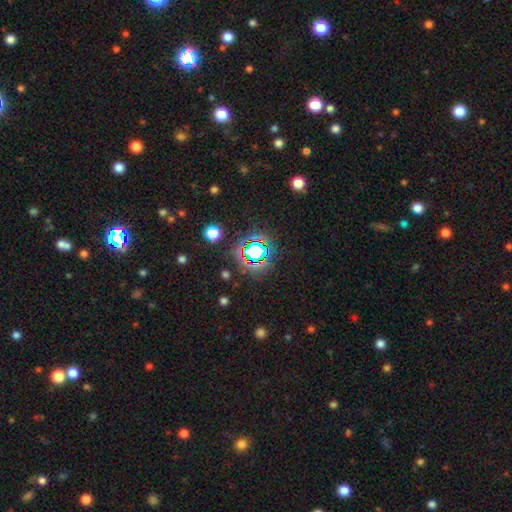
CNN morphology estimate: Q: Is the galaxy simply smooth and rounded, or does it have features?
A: star or artifact — 66%.